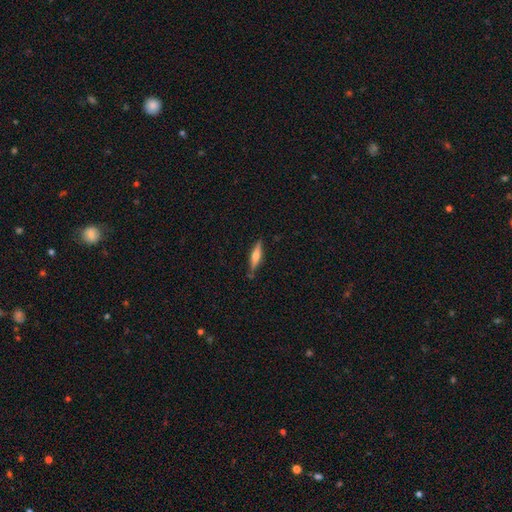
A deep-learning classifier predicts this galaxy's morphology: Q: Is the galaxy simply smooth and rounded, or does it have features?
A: smooth — 48%.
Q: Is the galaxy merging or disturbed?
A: none — 82%.